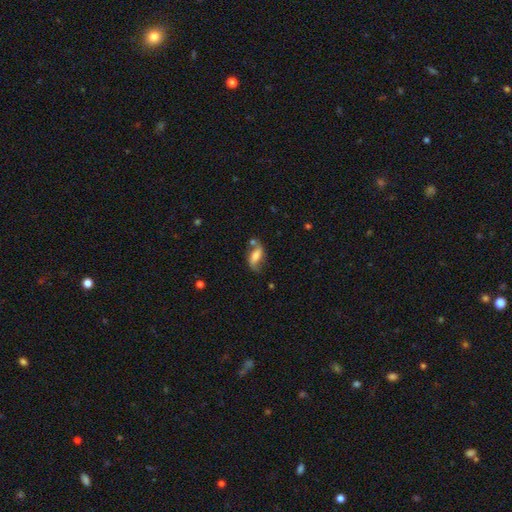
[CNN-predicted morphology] featured or disk 47%, smooth 44%, star or artifact 9%. Down the decision tree: merging — none (52%).